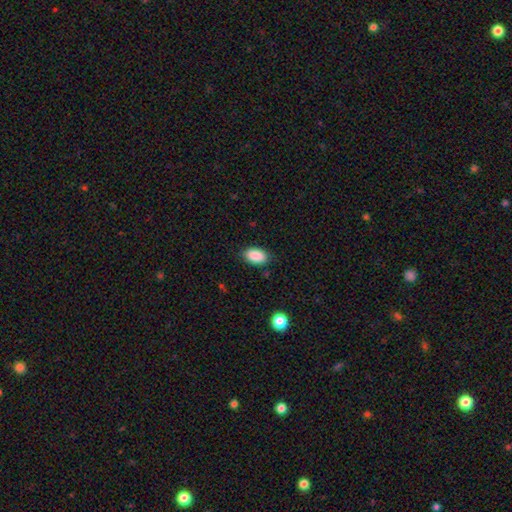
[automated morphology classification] This appears to be a smooth galaxy with no disk features (89%) that is in between round and cigar-shaped (93%). Merging: none (86%).